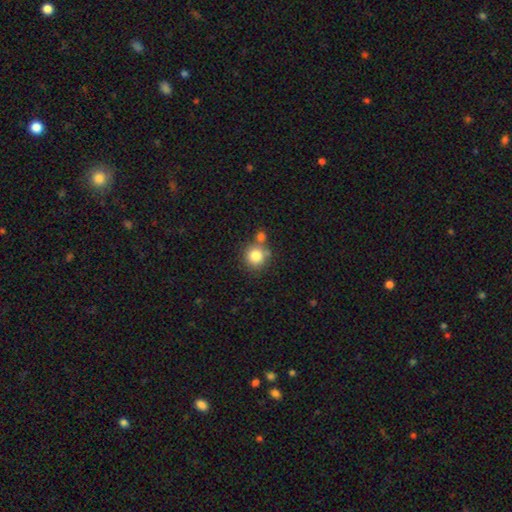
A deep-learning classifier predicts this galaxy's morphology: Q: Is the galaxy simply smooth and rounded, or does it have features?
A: smooth — 82%.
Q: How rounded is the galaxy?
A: round — 90%.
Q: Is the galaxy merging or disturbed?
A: none — 62%.